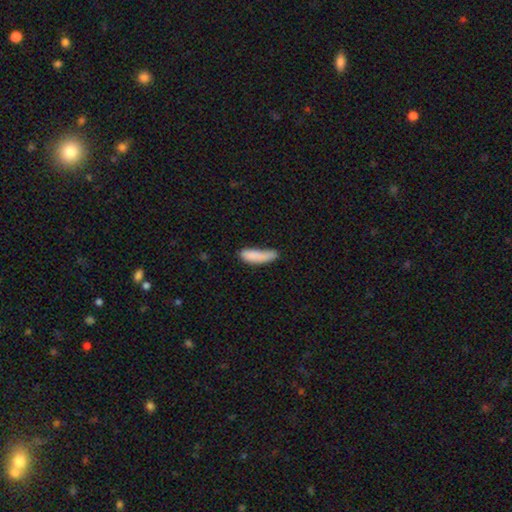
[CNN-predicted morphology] Overall: smooth (84%). How rounded: cigar-shaped (61%; in between 37%). Merging: none (48%; minor disturbance 33%).